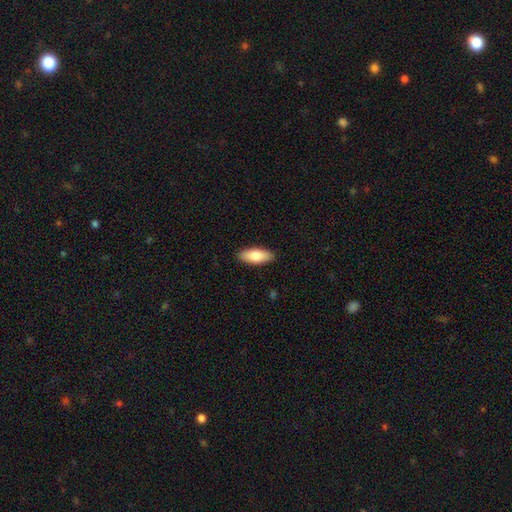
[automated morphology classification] This is clearly a smooth galaxy (81%). How rounded: clearly in between (82%). Merging: clearly none (89%).